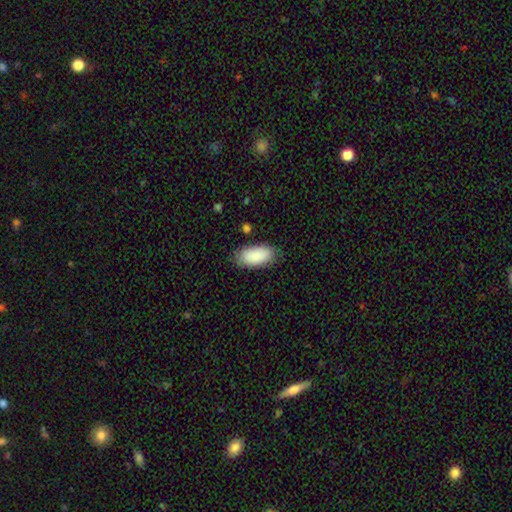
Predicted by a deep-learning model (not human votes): A smooth galaxy with no disk features (89%) that is in between round and cigar-shaped (93%).

Vote fractions:
- Smooth or featured? smooth: 89% / star or artifact: 6% / featured or disk: 5%
- How rounded? in between: 93% / cigar-shaped: 5% / round: 2%
- Merging? none: 81% / minor disturbance: 14% / major disturbance: 3% / merger: 2%